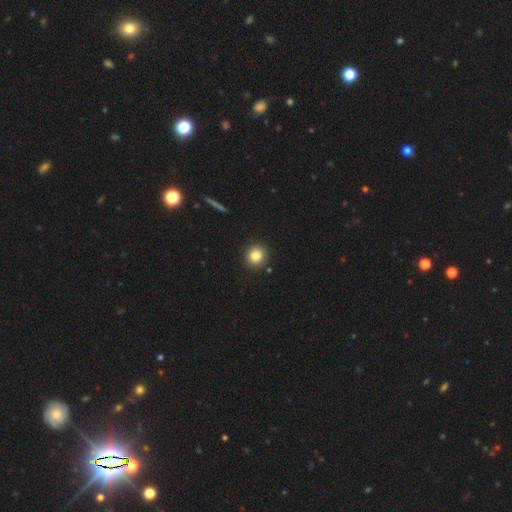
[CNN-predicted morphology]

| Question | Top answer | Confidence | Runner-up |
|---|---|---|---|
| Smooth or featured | smooth | 83% | star or artifact (11%) |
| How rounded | round | 90% | in between (9%) |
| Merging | none | 90% | minor disturbance (6%) |